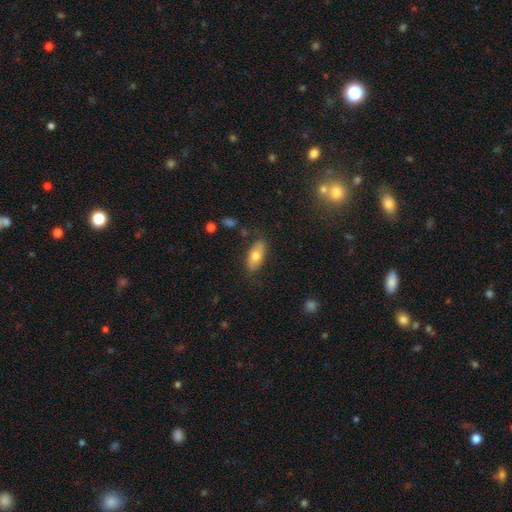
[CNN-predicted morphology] Smooth or featured? smooth (70%)
How rounded? in between (89%)
Merging? none (81%)